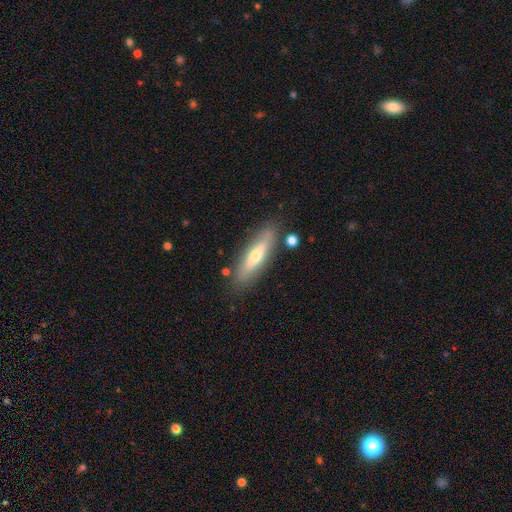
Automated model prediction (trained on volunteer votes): A smooth galaxy with no disk features (50%).

Vote fractions:
- Smooth or featured? smooth: 50% / featured or disk: 43% / star or artifact: 7%
- Merging? none: 80% / minor disturbance: 13% / merger: 4% / major disturbance: 3%